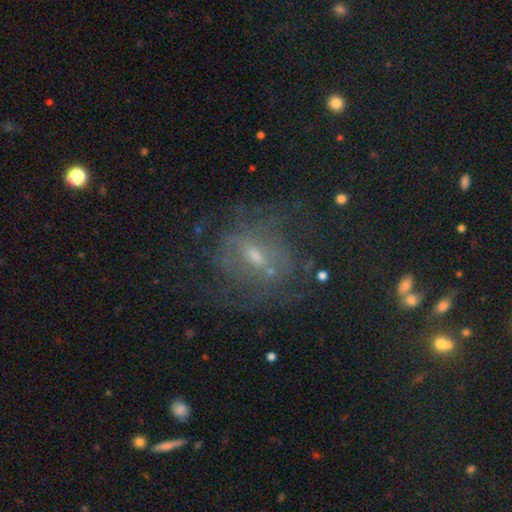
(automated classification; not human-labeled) This is likely a featured or disk galaxy (70%). It is clearly not viewed edge-on (96%). Bar: possibly weak (52%). Spiral arm pattern: likely yes (71%). Central bulge: possibly small (57%). Merging: possibly none (58%).